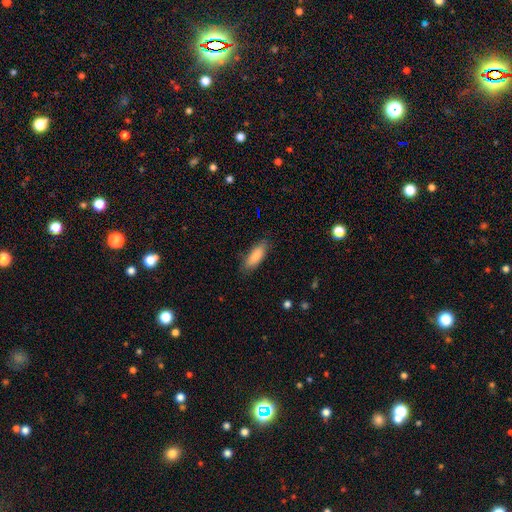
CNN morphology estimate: Q: Smooth or featured?
A: smooth (87%); runner-up: featured or disk (7%)
Q: How rounded?
A: in between (67%); runner-up: cigar-shaped (31%)
Q: Merging?
A: none (82%); runner-up: minor disturbance (14%)